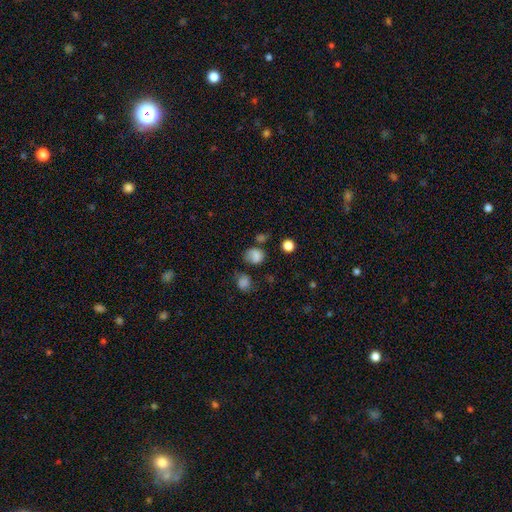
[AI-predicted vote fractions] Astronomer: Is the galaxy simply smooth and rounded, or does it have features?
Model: smooth — 76%.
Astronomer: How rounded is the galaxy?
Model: round — 58% (runner-up: in between, 41%).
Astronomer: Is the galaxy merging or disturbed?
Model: none — 59%.